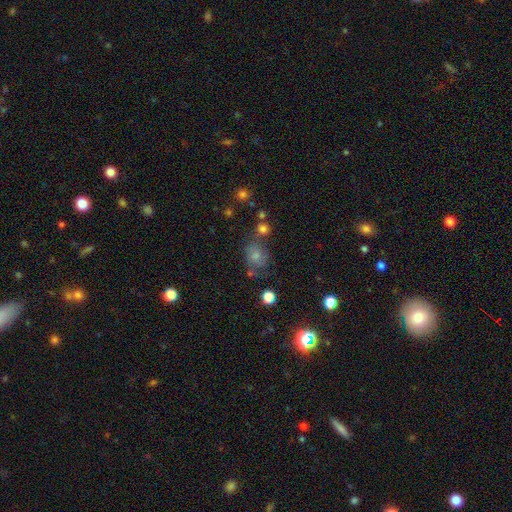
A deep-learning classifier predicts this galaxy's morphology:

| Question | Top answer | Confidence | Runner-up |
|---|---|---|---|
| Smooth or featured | smooth | 68% | featured or disk (19%) |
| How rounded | round | 57% | in between (42%) |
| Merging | none | 51% | minor disturbance (23%) |